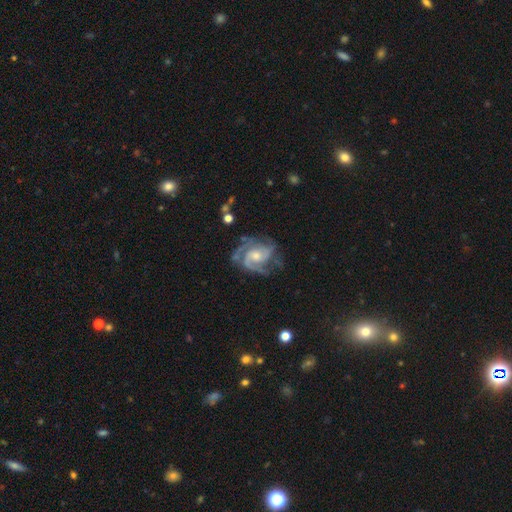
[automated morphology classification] Smooth or featured? Predicted: featured or disk (p=0.90). Edge-on disk? Predicted: no (p=0.98). Bar? Predicted: no (p=0.64). Spiral arms? Predicted: yes (p=0.97). Spiral winding? Predicted: tight (p=0.47). Spiral arm count? Predicted: 2 (p=0.35). Bulge size? Predicted: moderate (p=0.51). Merging? Predicted: none (p=0.64).